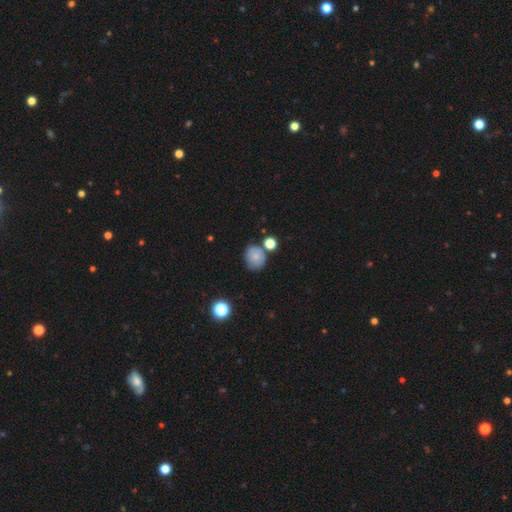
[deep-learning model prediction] Smooth or featured? Predicted: smooth (p=0.77). How rounded? Predicted: round (p=0.73). Merging? Predicted: none (p=0.67).